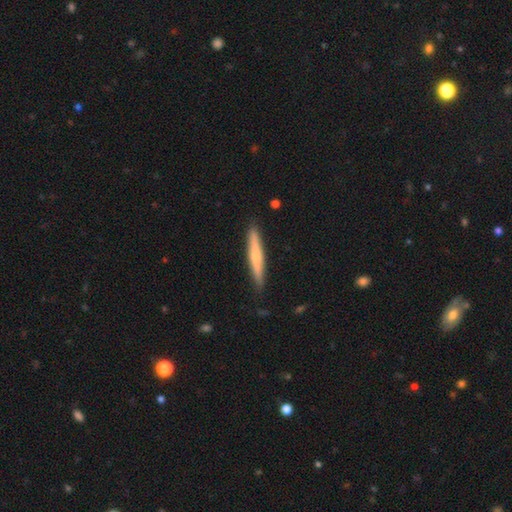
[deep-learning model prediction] smooth-or-featured: smooth: 55% | featured or disk: 40% | star or artifact: 5%
  how-rounded: cigar-shaped: 95% | in between: 4% | round: 1%
  merging: none: 89% | minor disturbance: 8% | major disturbance: 1% | merger: 1%